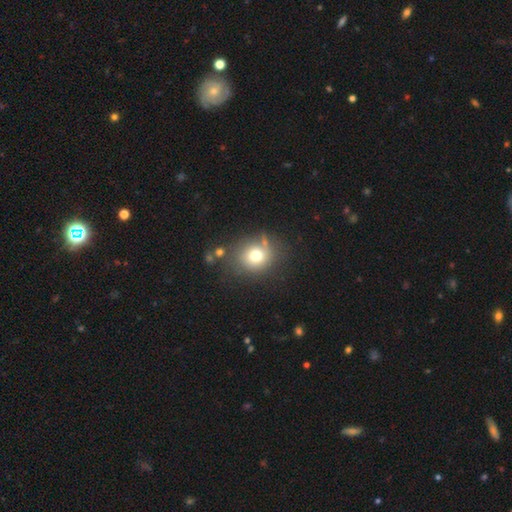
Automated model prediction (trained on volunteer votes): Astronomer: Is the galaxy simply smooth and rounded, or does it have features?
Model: smooth — 71%.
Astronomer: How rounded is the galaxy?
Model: round — 76%.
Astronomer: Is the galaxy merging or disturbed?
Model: none — 69%.